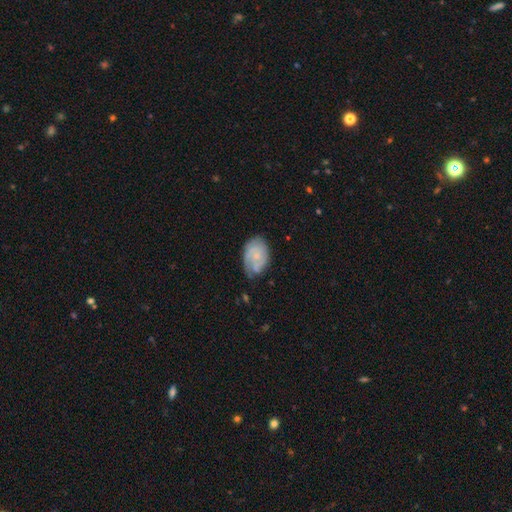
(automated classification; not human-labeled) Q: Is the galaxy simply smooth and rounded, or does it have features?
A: featured or disk — 60%.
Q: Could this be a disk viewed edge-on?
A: no — 97%.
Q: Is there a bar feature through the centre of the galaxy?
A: no — 76%.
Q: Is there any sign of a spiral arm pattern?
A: yes — 82%.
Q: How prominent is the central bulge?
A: small — 69%.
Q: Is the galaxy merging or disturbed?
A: none — 58%.